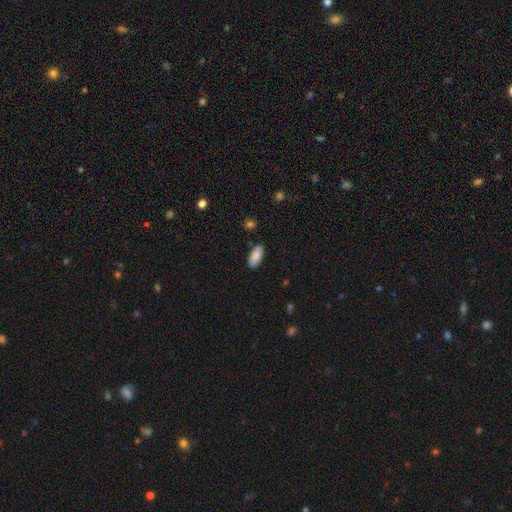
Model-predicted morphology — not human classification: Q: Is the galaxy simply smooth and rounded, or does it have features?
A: smooth — 86%.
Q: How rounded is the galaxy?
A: in between — 88%.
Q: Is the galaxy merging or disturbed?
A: none — 86%.